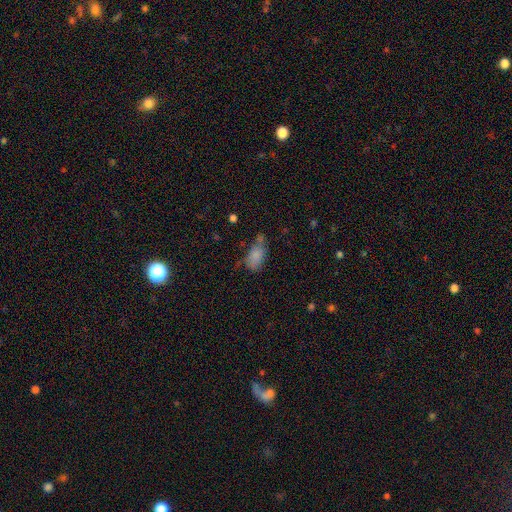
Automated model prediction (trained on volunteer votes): Morphology: type=smooth (78%); roundness=in between (90%); merging=none (39%).